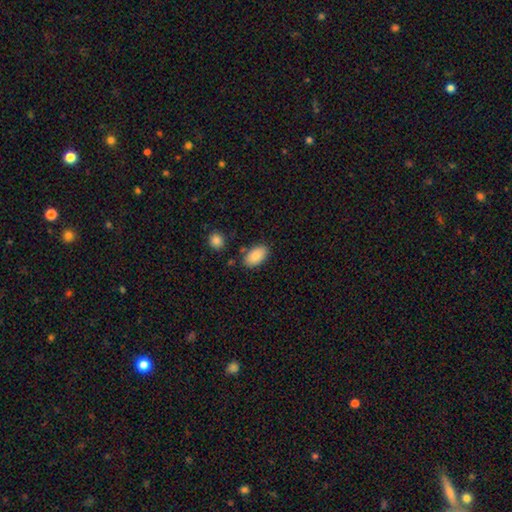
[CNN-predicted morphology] Q: Smooth or featured?
A: smooth (86%); runner-up: star or artifact (7%)
Q: How rounded?
A: in between (93%); runner-up: round (5%)
Q: Merging?
A: none (80%); runner-up: minor disturbance (12%)